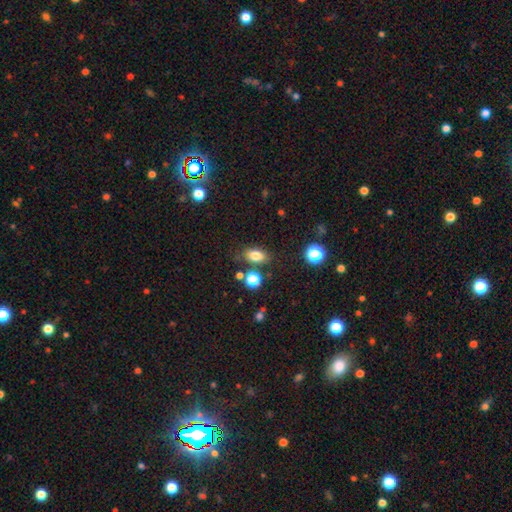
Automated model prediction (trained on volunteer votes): Morphology: type=smooth (80%); roundness=in between (83%); merging=none (77%).